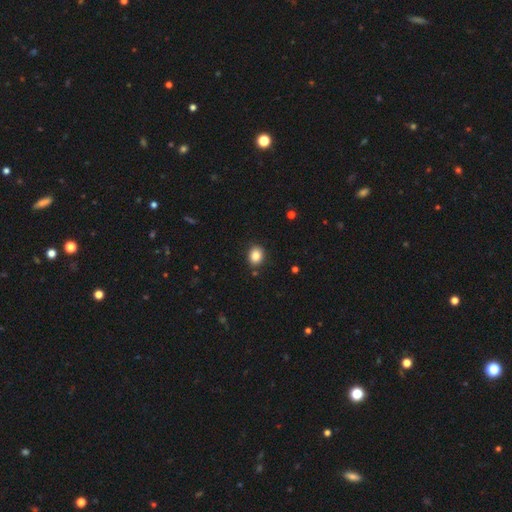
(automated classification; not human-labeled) This is clearly a smooth galaxy (85%). How rounded: possibly round (55%). Merging: clearly none (88%).